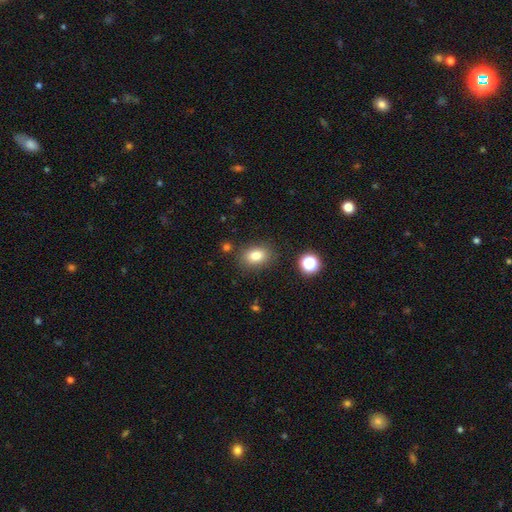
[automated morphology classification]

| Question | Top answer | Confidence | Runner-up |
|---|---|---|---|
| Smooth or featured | smooth | 81% | star or artifact (11%) |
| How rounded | in between | 70% | round (29%) |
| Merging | none | 82% | minor disturbance (11%) |